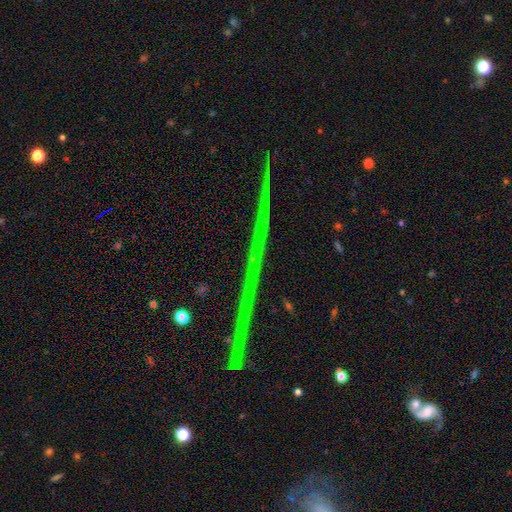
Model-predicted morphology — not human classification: This appears to be a star or artifact, not a galaxy (64%).